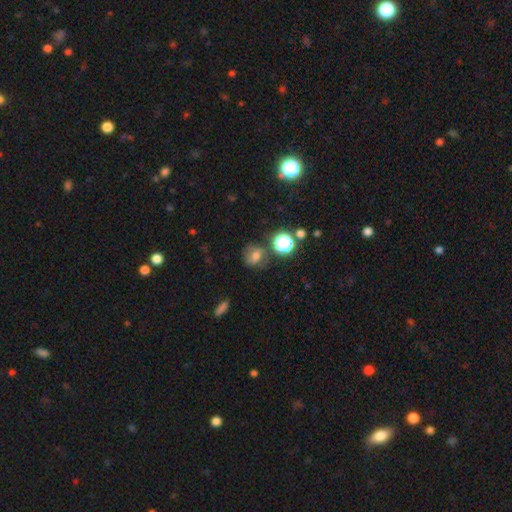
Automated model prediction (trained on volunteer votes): smooth-or-featured: smooth: 50% | featured or disk: 29% | star or artifact: 21%
  merging: none: 67% | minor disturbance: 18% | major disturbance: 8% | merger: 7%